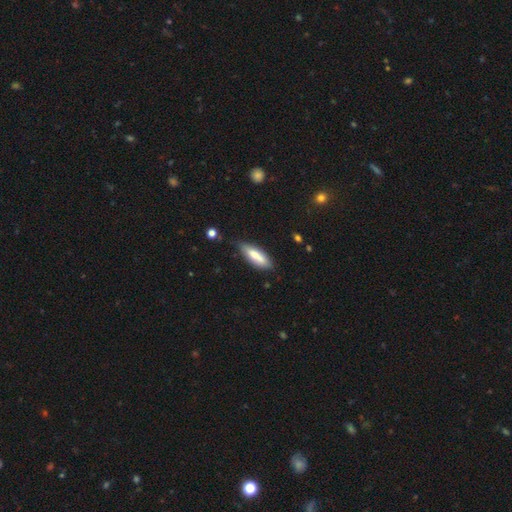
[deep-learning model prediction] smooth_or_featured: smooth (p=0.69) [alt: featured or disk p=0.25]
how_rounded: in between (p=0.54) [alt: cigar-shaped p=0.44]
merging: none (p=0.75) [alt: minor disturbance p=0.18]